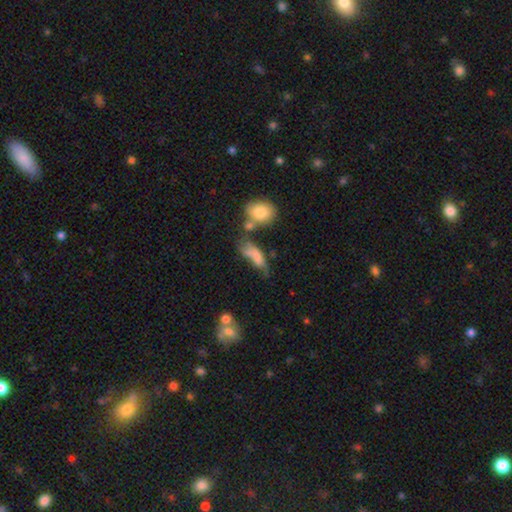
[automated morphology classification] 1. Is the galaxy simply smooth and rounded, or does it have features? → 65% smooth, 24% featured or disk, 11% star or artifact.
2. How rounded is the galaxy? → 69% in between, 24% cigar-shaped, 6% round.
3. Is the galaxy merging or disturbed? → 28% merger, 25% major disturbance, 24% none, 23% minor disturbance.